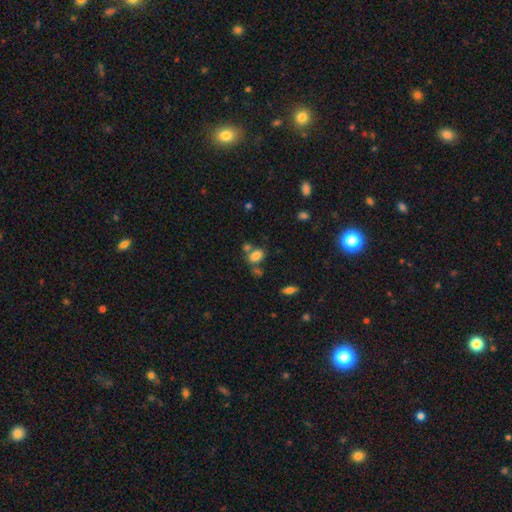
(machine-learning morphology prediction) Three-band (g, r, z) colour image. It shows a smooth galaxy with no disk features (80%) that is in between round and cigar-shaped (81%). Merging: none (51%).